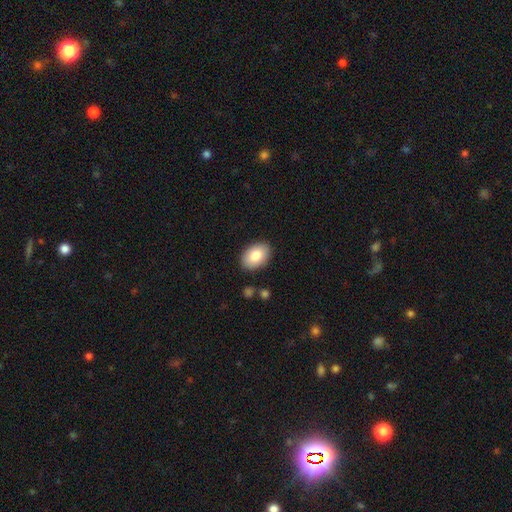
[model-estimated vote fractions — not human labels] The model was most divided on "smooth or featured": smooth: 81%, featured or disk: 12%, star or artifact: 6%. More confident: merging — none (88%); how rounded — in between (87%).